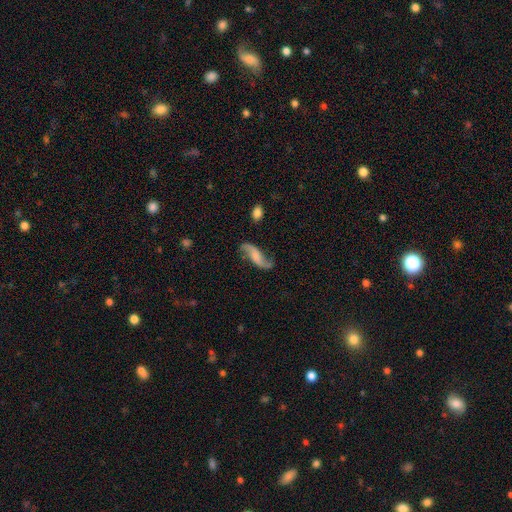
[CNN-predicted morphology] Overall: featured or disk (73%). Edge-on disk: no (92%). Bar: no (52%; weak 35%). Spiral arms: yes (94%). Spiral arm count: 2 (92%). Spiral winding: loose (87%). Bulge size: none (55%; small 18%). Merging: none (69%).